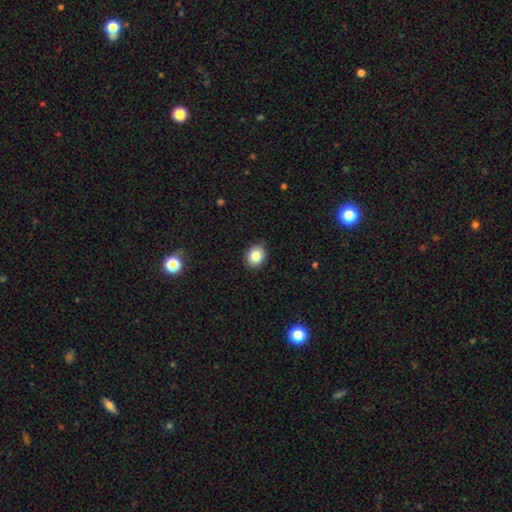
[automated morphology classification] smooth 82%, star or artifact 10%, featured or disk 8%. Down the decision tree: how rounded — round (61%); merging — none (88%).